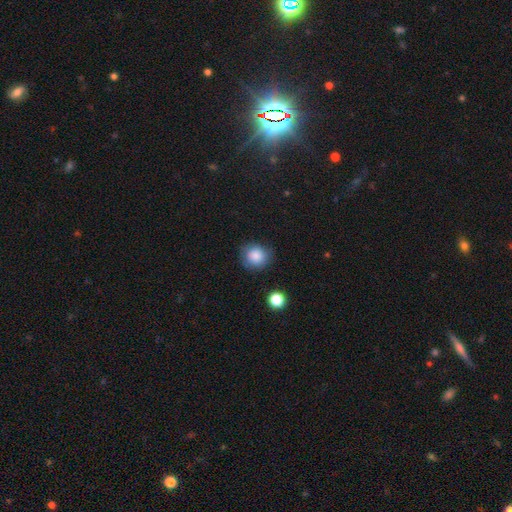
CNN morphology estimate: This is clearly a smooth galaxy (85%). How rounded: clearly round (87%). Merging: likely none (78%).